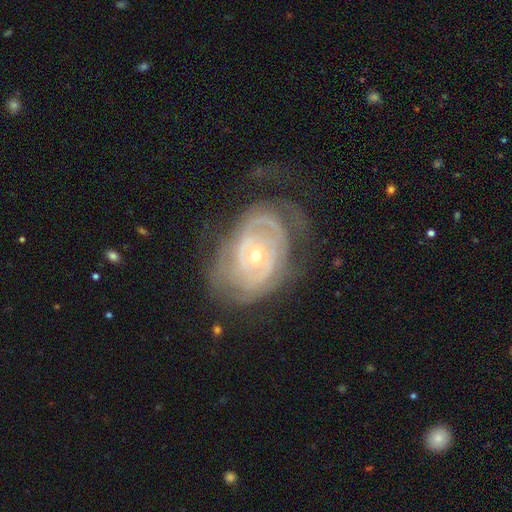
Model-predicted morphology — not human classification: smooth_or_featured: featured or disk (p=0.84) [alt: smooth p=0.10]
disk_edge_on: no (p=0.96) [alt: yes p=0.04]
bar: no (p=0.72) [alt: weak p=0.21]
has_spiral_arms: yes (p=0.85) [alt: no p=0.15]
spiral_winding: tight (p=0.72) [alt: medium p=0.21]
spiral_arm_count: can't tell (p=0.46) [alt: 2 p=0.26]
bulge_size: small (p=0.63) [alt: moderate p=0.34]
merging: none (p=0.53) [alt: minor disturbance p=0.23]